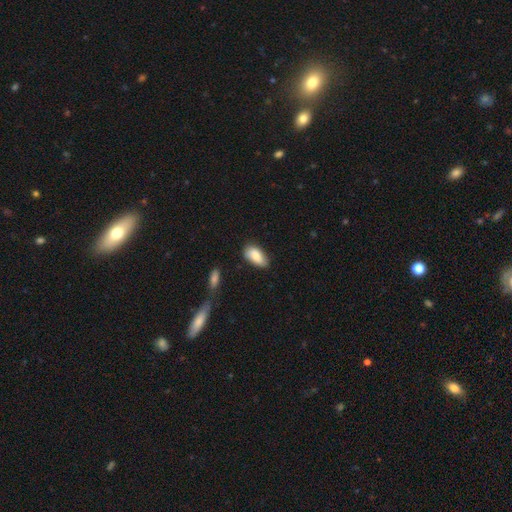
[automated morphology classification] A smooth galaxy with no disk features (84%) that is in between round and cigar-shaped (93%).

Vote fractions:
- Smooth or featured? smooth: 84% / featured or disk: 10% / star or artifact: 6%
- How rounded? in between: 93% / cigar-shaped: 4% / round: 3%
- Merging? none: 75% / minor disturbance: 19% / major disturbance: 3% / merger: 3%